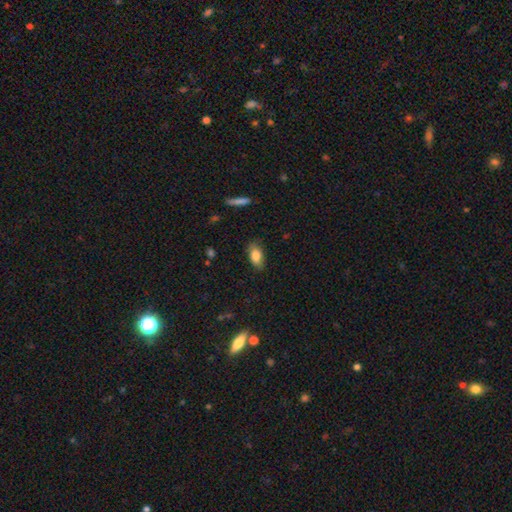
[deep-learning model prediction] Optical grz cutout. It shows a smooth galaxy with no disk features (83%) that is in between round and cigar-shaped (87%). Merging: none (80%).